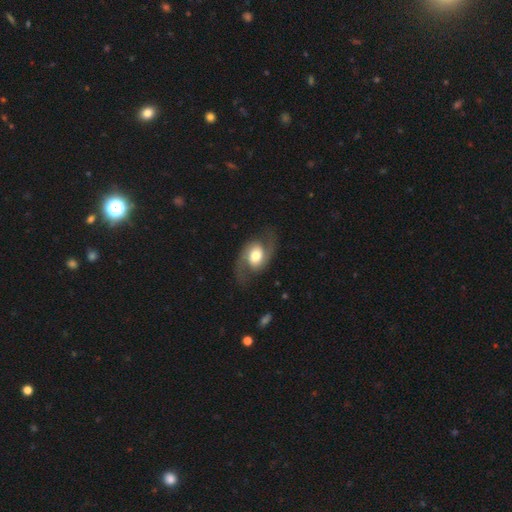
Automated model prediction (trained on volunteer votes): A featured or disk galaxy (83%) with no bar (58%), 2 (93%) medium (47%) spiral arms (94%) and a moderate central bulge (60%). Merging: none (78%).